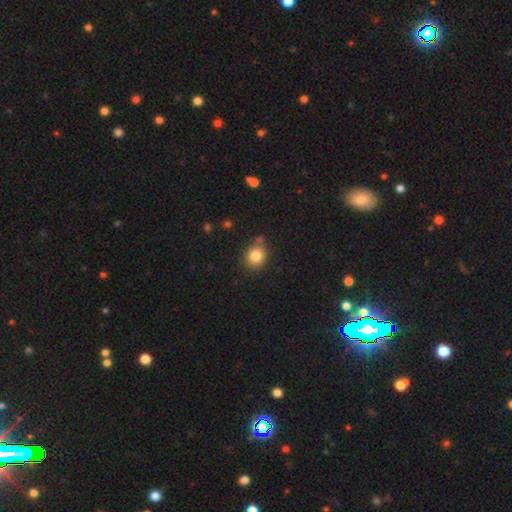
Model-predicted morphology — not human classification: type=smooth (84%); roundness=round (78%); merging=none (77%).